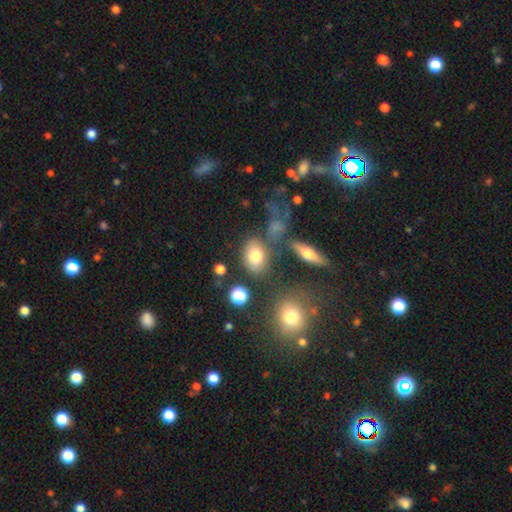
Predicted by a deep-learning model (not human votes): Smooth or featured?
  - smooth: 75% *
  - featured or disk: 14%
  - star or artifact: 11%
How rounded?
  - in between: 74% *
  - round: 23%
  - cigar-shaped: 2%
Merging?
  - none: 65% *
  - minor disturbance: 15%
  - merger: 13%
  - major disturbance: 7%